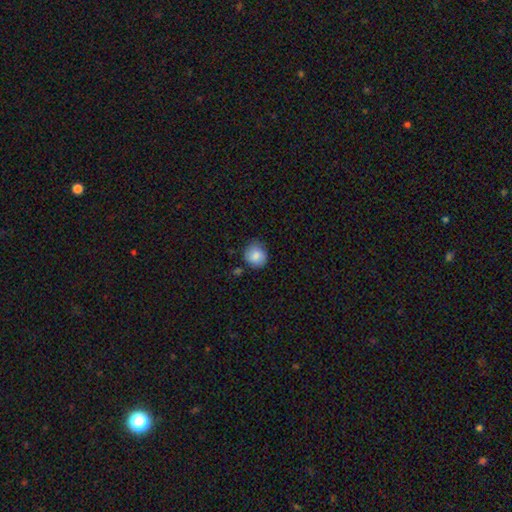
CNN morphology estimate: smooth-or-featured: smooth: 85% | star or artifact: 8% | featured or disk: 7%
  how-rounded: round: 84% | in between: 15% | cigar-shaped: 1%
  merging: none: 75% | minor disturbance: 18% | major disturbance: 3% | merger: 3%